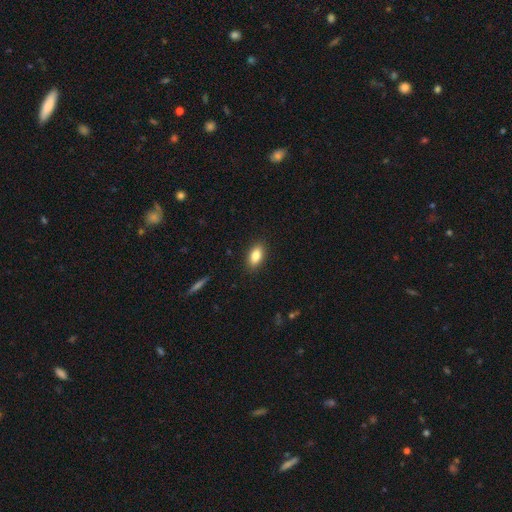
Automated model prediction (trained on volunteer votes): smooth_or_featured: smooth (p=0.85) [alt: star or artifact p=0.08]
how_rounded: in between (p=0.89) [alt: round p=0.06]
merging: none (p=0.89) [alt: minor disturbance p=0.08]